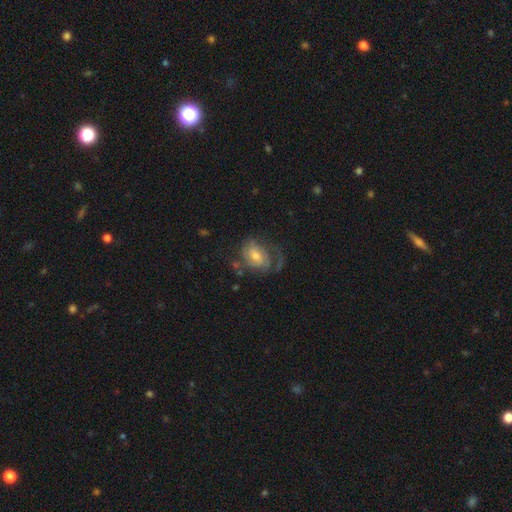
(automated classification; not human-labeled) smooth_or_featured: featured or disk (p=0.64) [alt: smooth p=0.27]
disk_edge_on: no (p=0.96) [alt: yes p=0.04]
bar: no (p=0.54) [alt: weak p=0.37]
has_spiral_arms: yes (p=0.82) [alt: no p=0.18]
spiral_winding: medium (p=0.40) [alt: tight p=0.32]
spiral_arm_count: 2 (p=0.39) [alt: 1 p=0.27]
bulge_size: moderate (p=0.55) [alt: small p=0.34]
merging: none (p=0.45) [alt: major disturbance p=0.30]